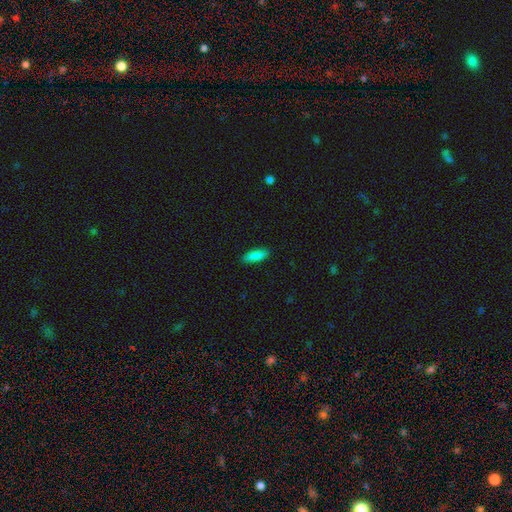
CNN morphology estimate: smooth_or_featured: smooth (p=0.88) [alt: star or artifact p=0.07]
how_rounded: in between (p=0.61) [alt: cigar-shaped p=0.37]
merging: none (p=0.89) [alt: minor disturbance p=0.08]